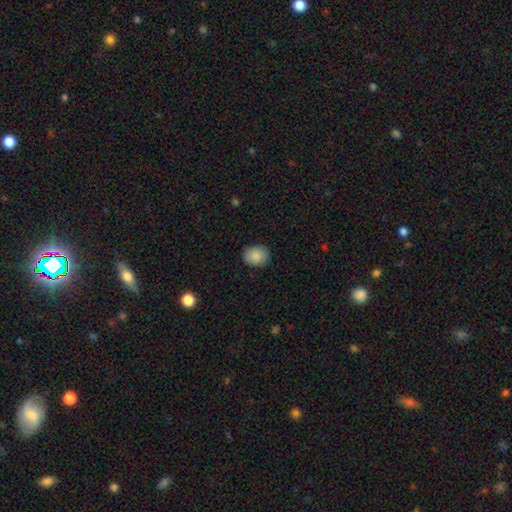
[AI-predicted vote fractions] Q: Smooth or featured?
A: smooth (88%); runner-up: star or artifact (7%)
Q: How rounded?
A: round (50%); runner-up: in between (49%)
Q: Merging?
A: none (87%); runner-up: minor disturbance (10%)